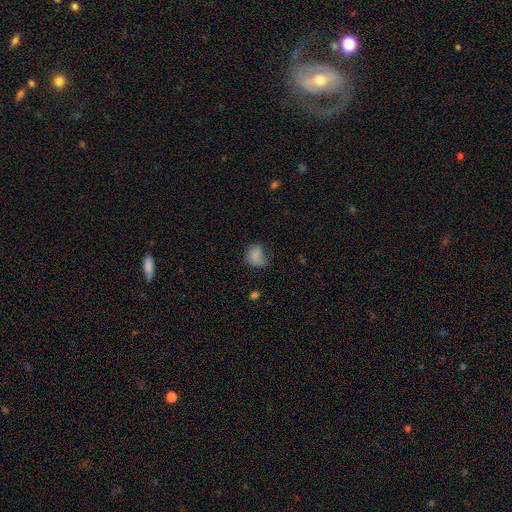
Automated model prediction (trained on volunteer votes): Morphology: type=smooth (79%); roundness=in between (55%); merging=none (43%).